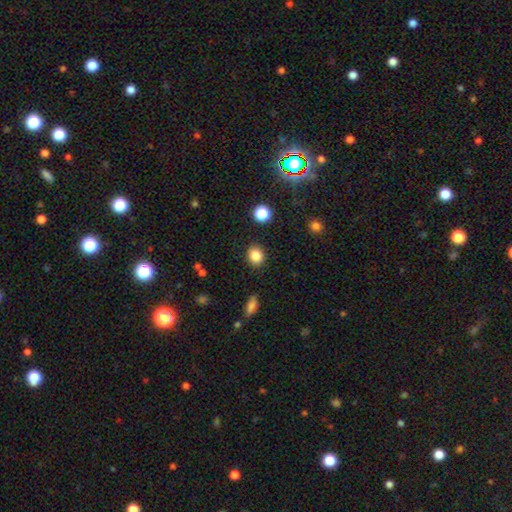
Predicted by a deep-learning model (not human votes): Overall: smooth (84%). How rounded: round (67%; in between 32%). Merging: none (88%).